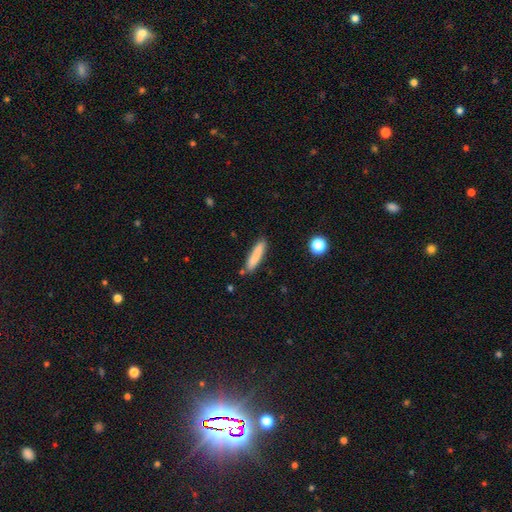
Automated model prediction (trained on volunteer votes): smooth-or-featured: smooth: 83% | featured or disk: 10% | star or artifact: 7%
  how-rounded: cigar-shaped: 84% | in between: 14% | round: 1%
  merging: none: 80% | minor disturbance: 12% | merger: 5% | major disturbance: 3%